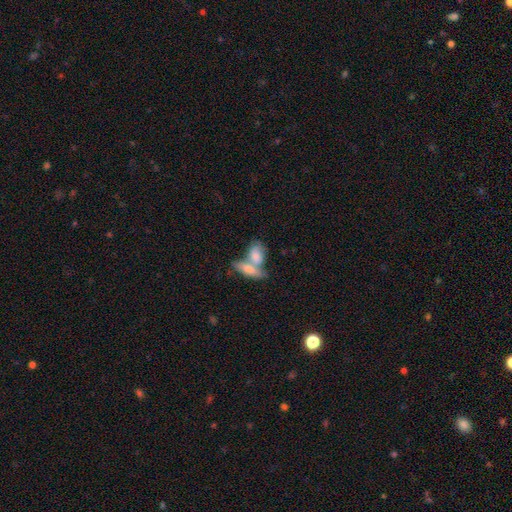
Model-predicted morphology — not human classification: smooth-or-featured: smooth: 71% | featured or disk: 23% | star or artifact: 6%
  how-rounded: in between: 80% | cigar-shaped: 12% | round: 8%
  merging: merger: 61% | none: 26% | minor disturbance: 9% | major disturbance: 4%